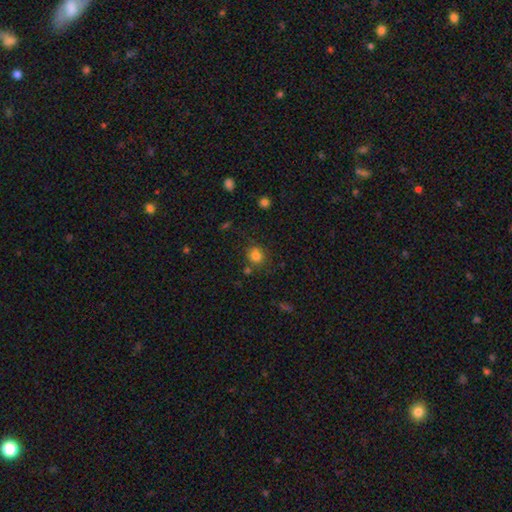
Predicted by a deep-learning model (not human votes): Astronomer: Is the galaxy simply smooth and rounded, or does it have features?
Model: smooth — 80%.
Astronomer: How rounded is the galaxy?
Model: round — 81%.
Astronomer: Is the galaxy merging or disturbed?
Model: none — 75%.